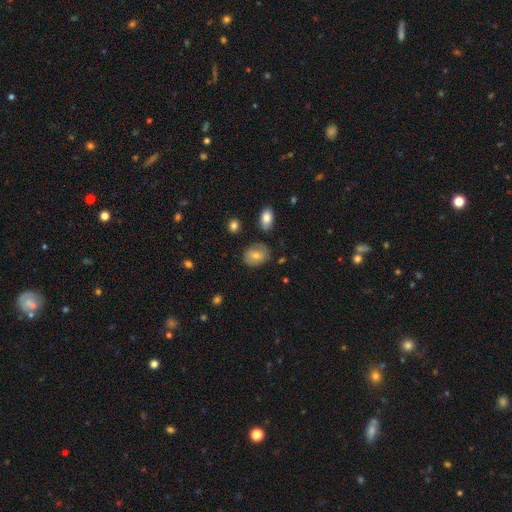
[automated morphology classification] type=smooth (69%); roundness=in between (57%); merging=none (72%).